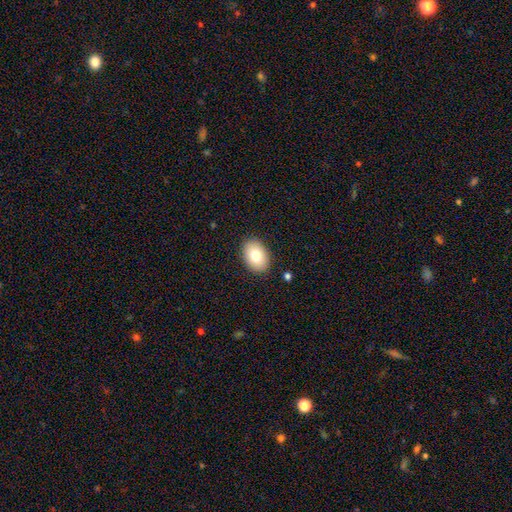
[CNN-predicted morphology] type=smooth (78%); roundness=in between (81%); merging=none (89%).